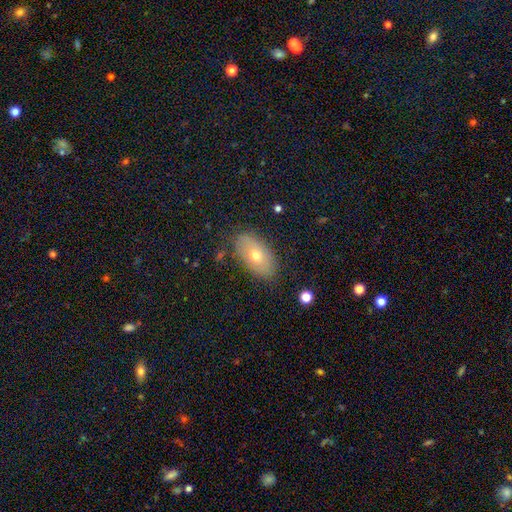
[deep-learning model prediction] This appears to be a smooth galaxy with no disk features (60%) that is in between round and cigar-shaped (91%). Merging: none (81%).